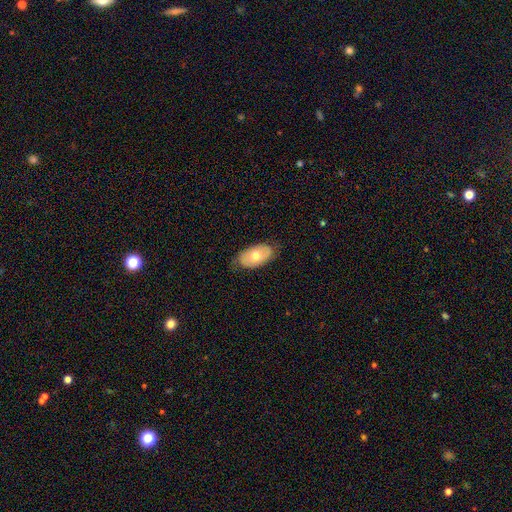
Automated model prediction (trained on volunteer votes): A smooth galaxy with no disk features (61%) that is in between round and cigar-shaped (93%).

Vote fractions:
- Smooth or featured? smooth: 61% / featured or disk: 33% / star or artifact: 6%
- How rounded? in between: 93% / round: 5% / cigar-shaped: 2%
- Merging? none: 75% / minor disturbance: 20% / major disturbance: 4% / merger: 1%